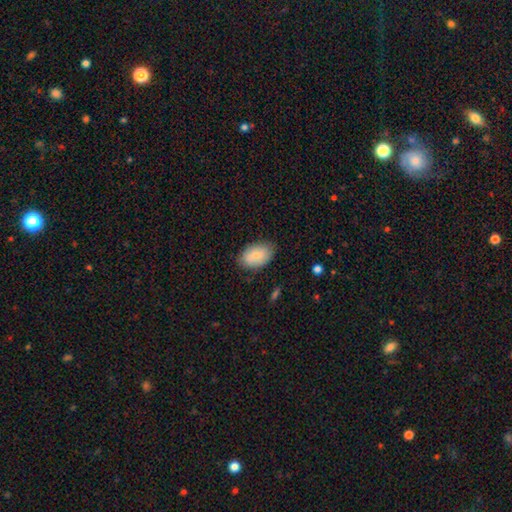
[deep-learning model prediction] Smooth or featured? Predicted: smooth (p=0.82). How rounded? Predicted: in between (p=0.92). Merging? Predicted: none (p=0.79).